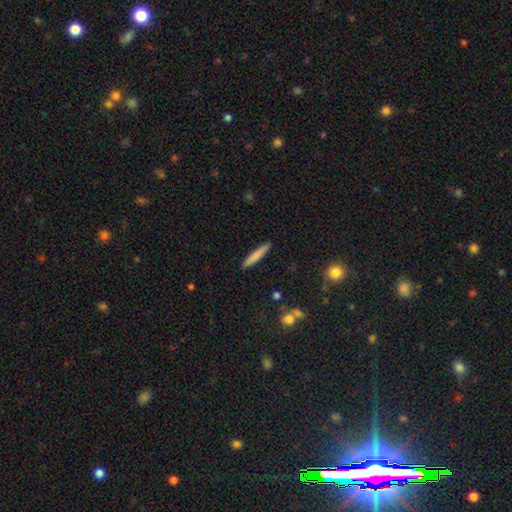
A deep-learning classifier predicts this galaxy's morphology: Smooth or featured? Predicted: smooth (p=0.77). How rounded? Predicted: cigar-shaped (p=0.94). Merging? Predicted: none (p=0.91).